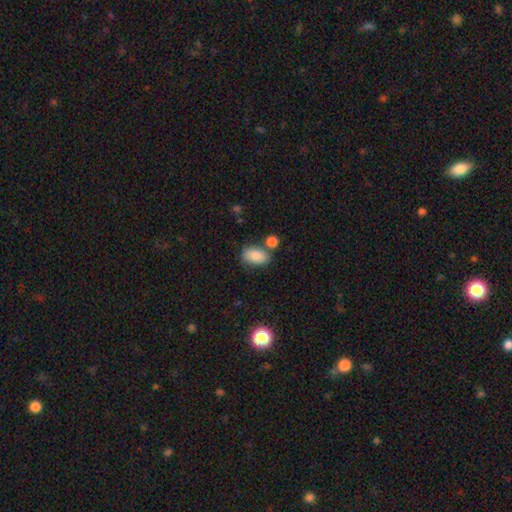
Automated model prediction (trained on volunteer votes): Morphology: type=smooth (82%); roundness=in between (88%); merging=none (66%).